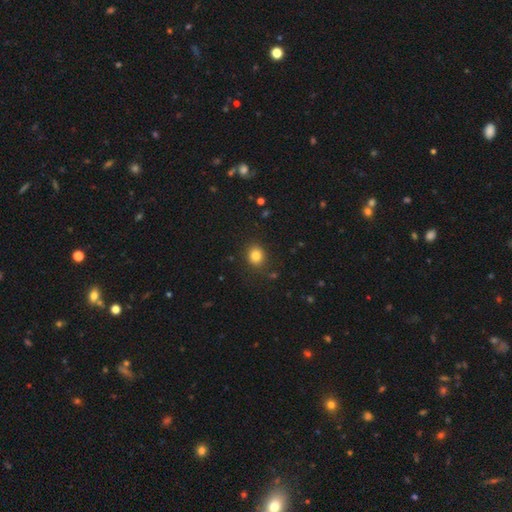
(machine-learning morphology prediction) Overall: smooth (83%). How rounded: round (73%). Merging: none (87%).